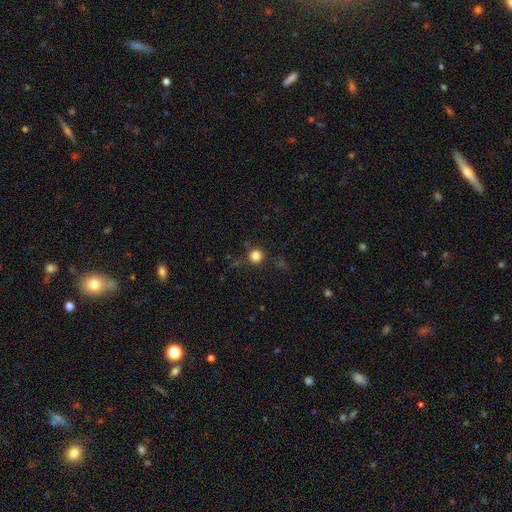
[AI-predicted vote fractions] Smooth or featured? Predicted: smooth (p=0.82). How rounded? Predicted: round (p=0.95). Merging? Predicted: none (p=0.85).